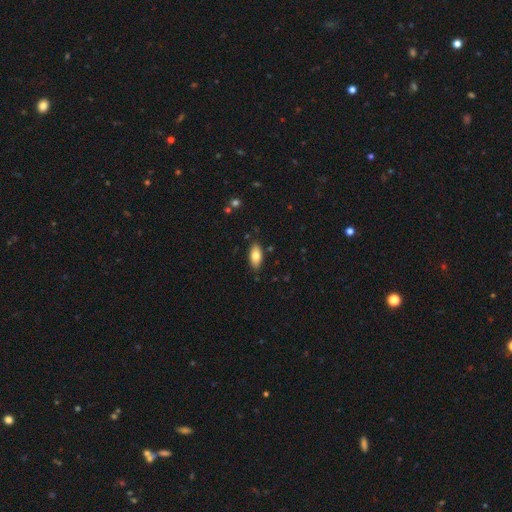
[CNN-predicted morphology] A smooth galaxy with no disk features (79%) that is in between round and cigar-shaped (90%).

Vote fractions:
- Smooth or featured? smooth: 79% / featured or disk: 15% / star or artifact: 7%
- How rounded? in between: 90% / cigar-shaped: 8% / round: 3%
- Merging? none: 86% / minor disturbance: 10% / major disturbance: 2% / merger: 2%